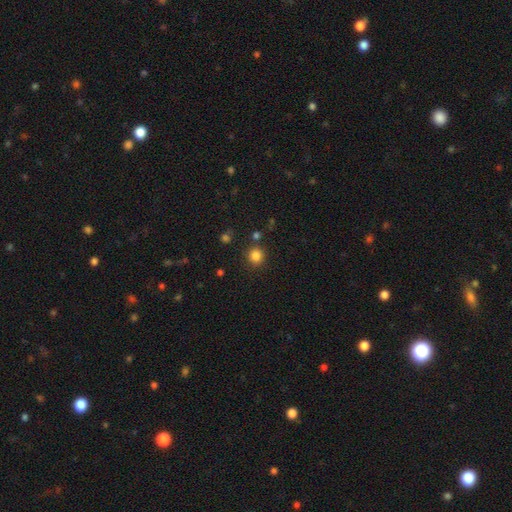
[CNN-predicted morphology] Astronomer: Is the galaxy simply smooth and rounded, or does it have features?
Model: smooth — 83%.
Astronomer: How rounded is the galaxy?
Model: round — 90%.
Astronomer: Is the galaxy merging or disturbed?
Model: none — 84%.